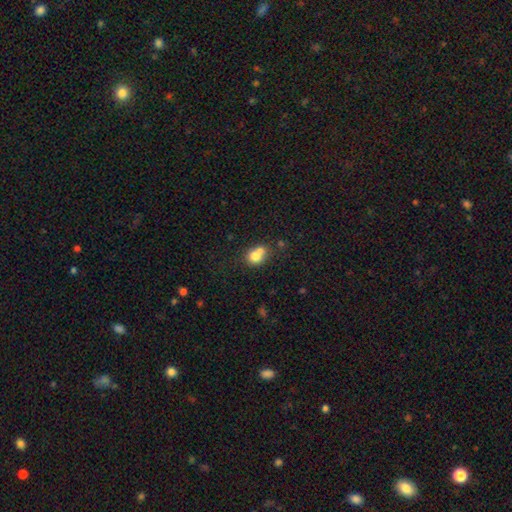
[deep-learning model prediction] This is likely a smooth galaxy (74%). How rounded: likely round (71%). Merging: possibly merger (54%).